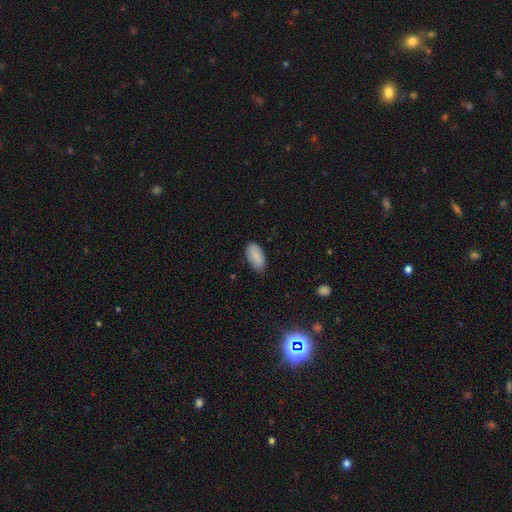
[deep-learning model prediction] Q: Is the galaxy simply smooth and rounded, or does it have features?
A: smooth — 84%.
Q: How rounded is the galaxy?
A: in between — 95%.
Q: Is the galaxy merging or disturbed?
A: none — 77%.